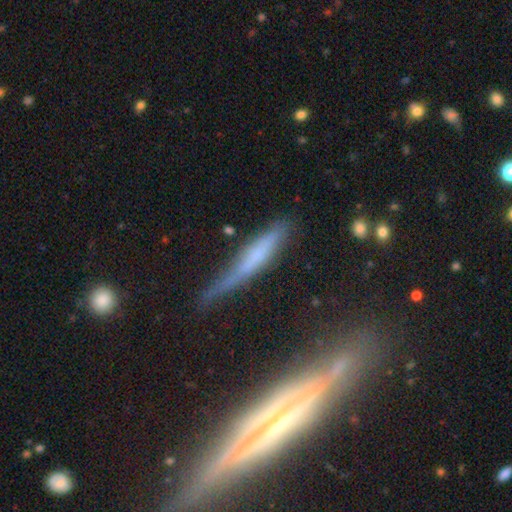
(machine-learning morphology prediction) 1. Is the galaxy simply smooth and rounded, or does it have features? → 47% featured or disk, 44% smooth, 9% star or artifact.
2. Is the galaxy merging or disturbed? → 54% none, 31% minor disturbance, 10% major disturbance, 5% merger.